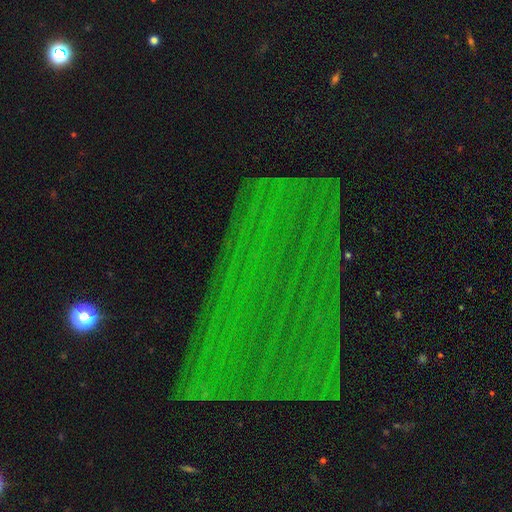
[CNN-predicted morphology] Smooth or featured: star or artifact — 74% (featured or disk — 14%)